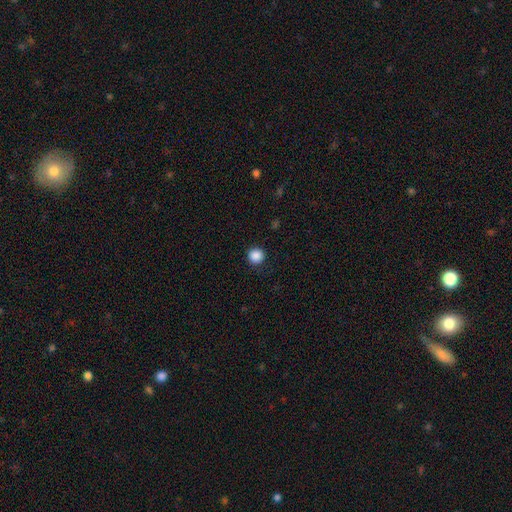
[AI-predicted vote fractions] smooth-or-featured: smooth: 88% | star or artifact: 10% | featured or disk: 2%
  how-rounded: round: 96% | in between: 3% | cigar-shaped: 1%
  merging: none: 92% | minor disturbance: 5% | major disturbance: 2% | merger: 1%